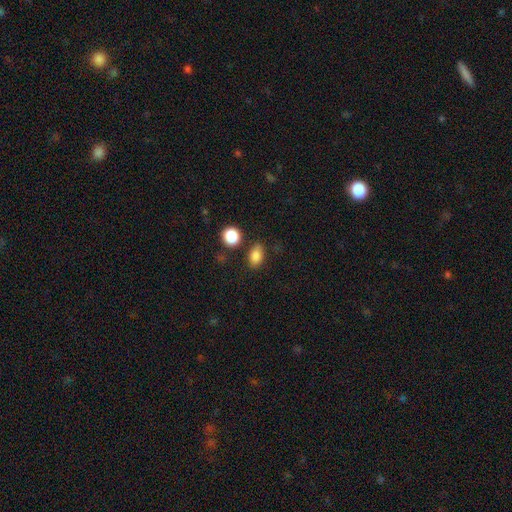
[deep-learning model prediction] The model was most divided on "how rounded": in between: 77%, round: 21%, cigar-shaped: 2%. More confident: smooth or featured — smooth (84%); merging — none (75%).